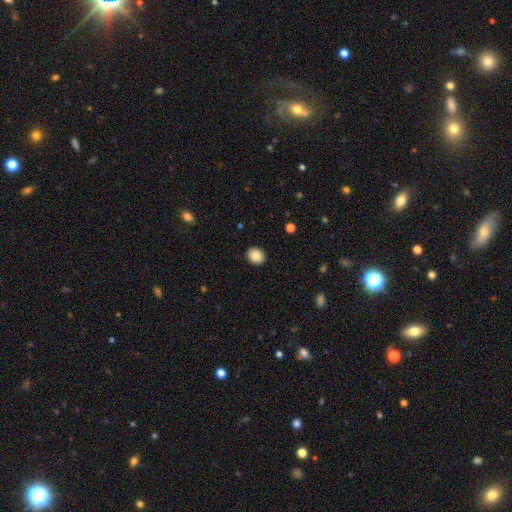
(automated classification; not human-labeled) This is clearly a smooth galaxy (87%). How rounded: likely round (63%). Merging: clearly none (91%).